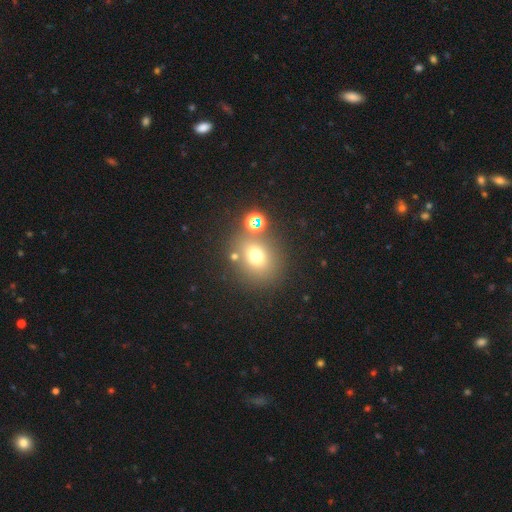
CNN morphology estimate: Smooth or featured? smooth (68%)
How rounded? round (68%)
Merging? none (73%)